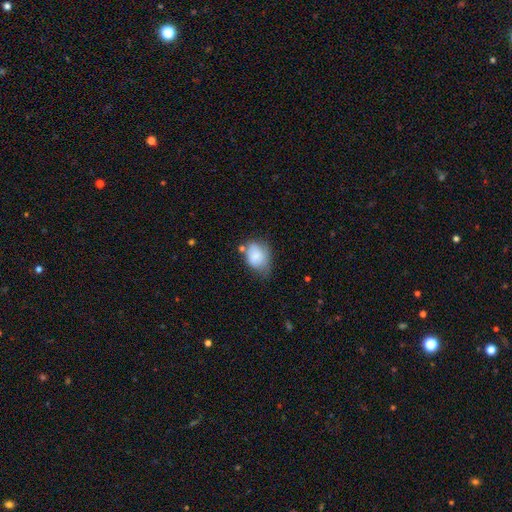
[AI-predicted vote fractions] Morphology: type=smooth (79%); roundness=in between (65%); merging=minor disturbance (39%, tied with none).